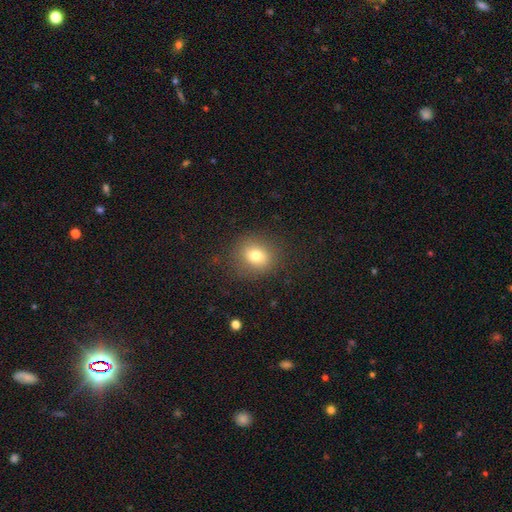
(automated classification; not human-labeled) Q: Smooth or featured?
A: smooth (76%); runner-up: star or artifact (13%)
Q: How rounded?
A: round (67%); runner-up: in between (32%)
Q: Merging?
A: none (85%); runner-up: minor disturbance (10%)